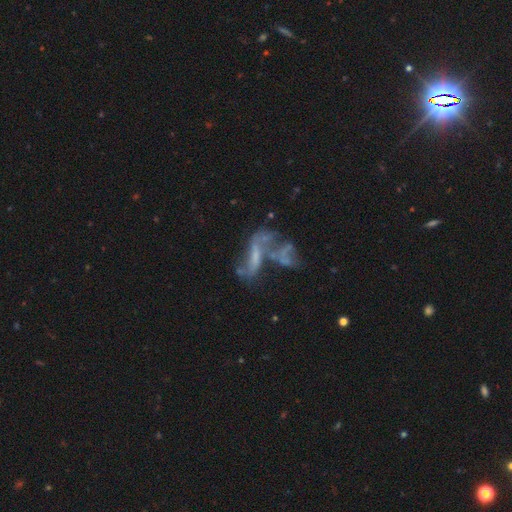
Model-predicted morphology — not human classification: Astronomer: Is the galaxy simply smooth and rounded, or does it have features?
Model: featured or disk — 64%.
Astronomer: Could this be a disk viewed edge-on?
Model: no — 91%.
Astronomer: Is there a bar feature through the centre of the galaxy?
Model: no — 56%.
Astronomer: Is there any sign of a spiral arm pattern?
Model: no — 54% (runner-up: yes, 46%).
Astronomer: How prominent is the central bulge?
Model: none — 53% (runner-up: small, 29%).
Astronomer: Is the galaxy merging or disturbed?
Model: merger — 47% (runner-up: major disturbance, 24%).